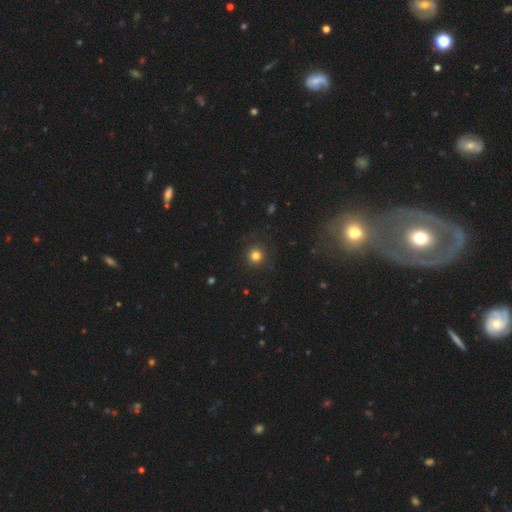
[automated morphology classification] Smooth or featured?
  - smooth: 80% *
  - star or artifact: 14%
  - featured or disk: 6%
How rounded?
  - round: 94% *
  - in between: 5%
  - cigar-shaped: 1%
Merging?
  - none: 88% *
  - minor disturbance: 7%
  - major disturbance: 3%
  - merger: 1%